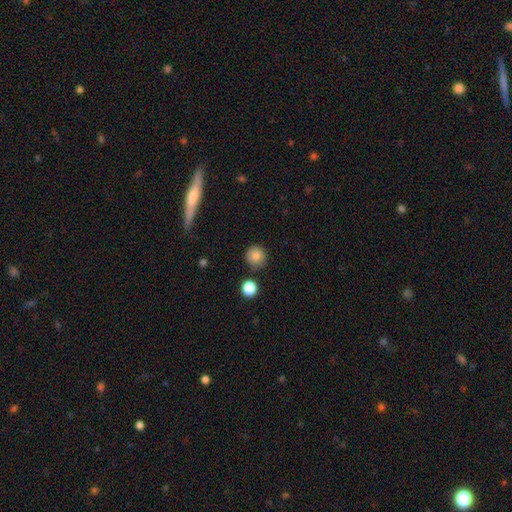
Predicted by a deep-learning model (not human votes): A smooth galaxy with no disk features (85%) that is round (93%). Merging: none (86%).